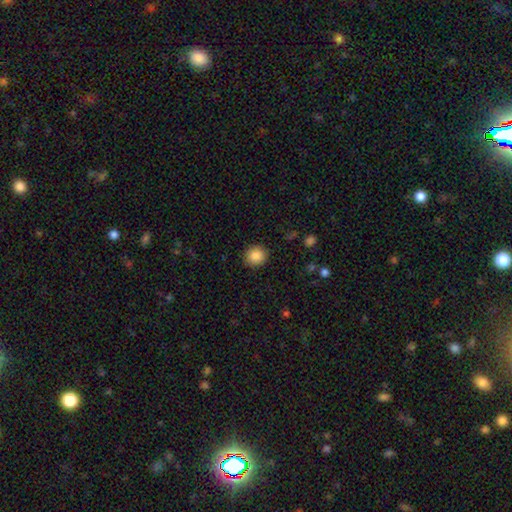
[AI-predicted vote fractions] smooth_or_featured: smooth (p=0.87) [alt: star or artifact p=0.09]
how_rounded: round (p=0.84) [alt: in between p=0.15]
merging: none (p=0.90) [alt: minor disturbance p=0.07]